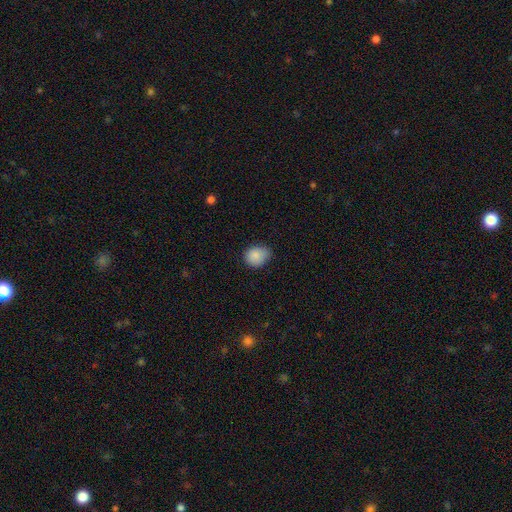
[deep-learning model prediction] This appears to be a smooth galaxy with no disk features (87%) that is round (59%). Merging: none (60%).